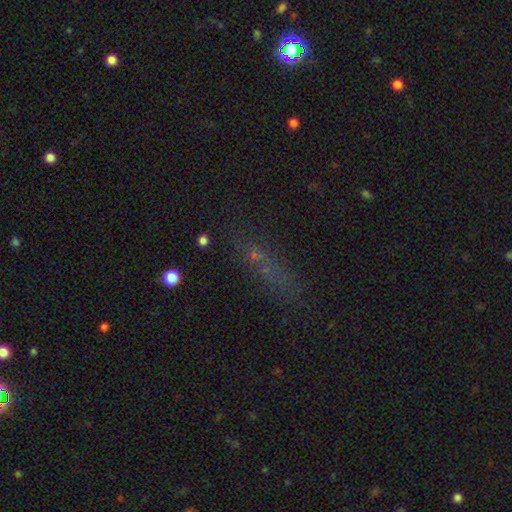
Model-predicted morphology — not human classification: Overall: smooth (44%; star or artifact 34%). Merging: none (51%; minor disturbance 18%).